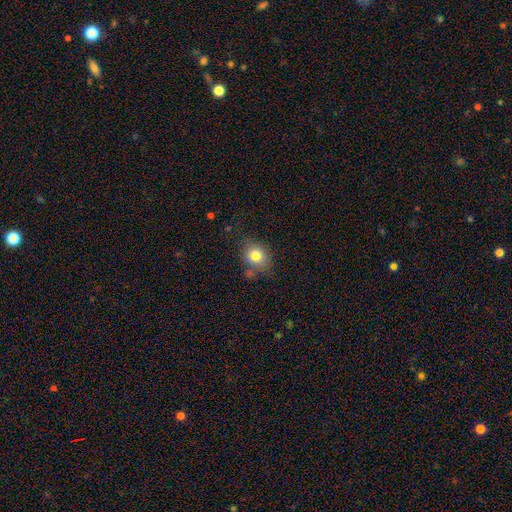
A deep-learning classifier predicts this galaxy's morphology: Smooth or featured?
  - smooth: 80% *
  - star or artifact: 10%
  - featured or disk: 10%
How rounded?
  - round: 64% *
  - in between: 35%
  - cigar-shaped: 1%
Merging?
  - none: 67% *
  - minor disturbance: 20%
  - merger: 7%
  - major disturbance: 6%